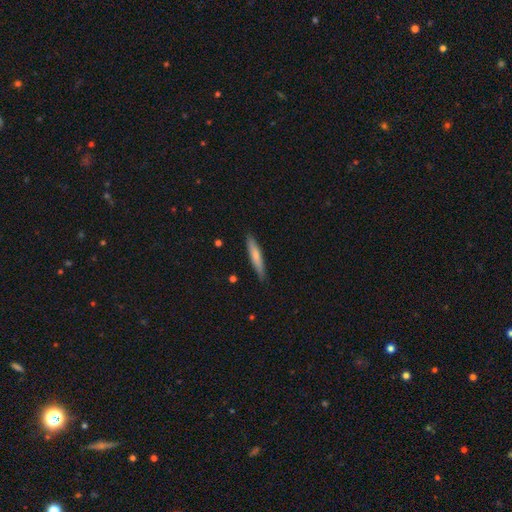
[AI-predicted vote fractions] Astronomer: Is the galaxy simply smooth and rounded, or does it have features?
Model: smooth — 67%.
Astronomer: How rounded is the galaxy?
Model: cigar-shaped — 91%.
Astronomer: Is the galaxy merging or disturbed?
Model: none — 87%.